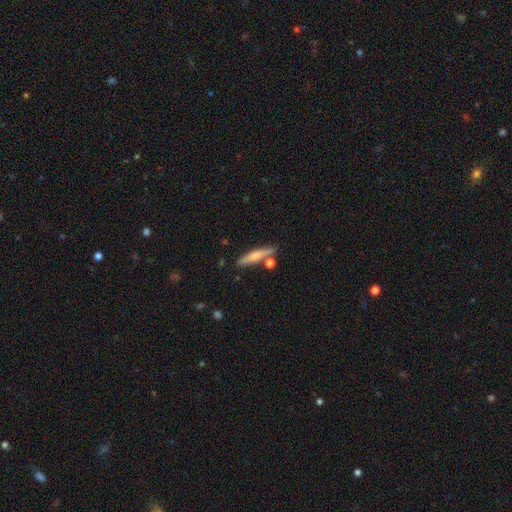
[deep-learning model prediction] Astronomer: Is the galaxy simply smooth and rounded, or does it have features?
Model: smooth — 52% (runner-up: featured or disk, 42%).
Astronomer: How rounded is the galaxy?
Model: cigar-shaped — 86%.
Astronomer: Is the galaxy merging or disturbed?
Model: none — 77%.